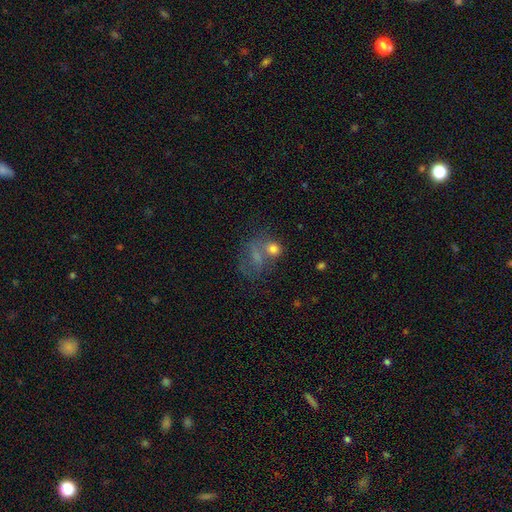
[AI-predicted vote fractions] Smooth or featured? Predicted: smooth (p=0.43). Merging? Predicted: none (p=0.40).